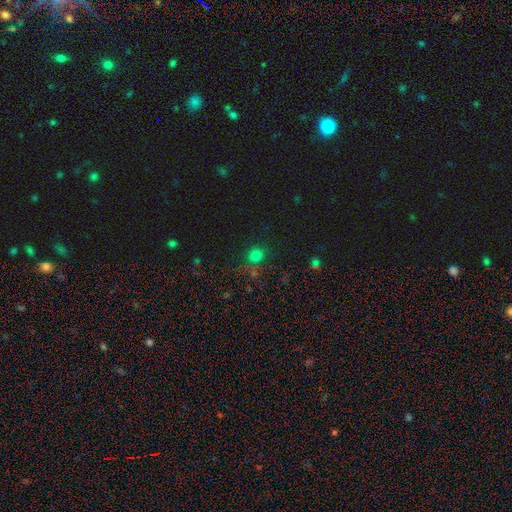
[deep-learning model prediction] Smooth or featured: smooth — 72% (star or artifact — 23%)
How rounded: round — 84% (in between — 15%)
Merging: none — 78% (minor disturbance — 11%)